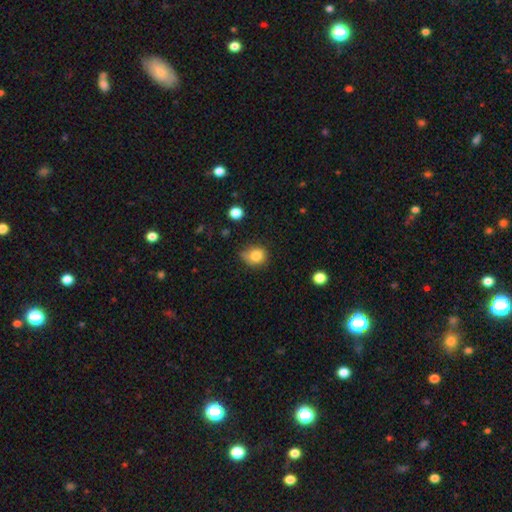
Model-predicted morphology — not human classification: Smooth or featured: smooth — 81% (star or artifact — 11%)
How rounded: round — 74% (in between — 25%)
Merging: none — 59% (minor disturbance — 30%)